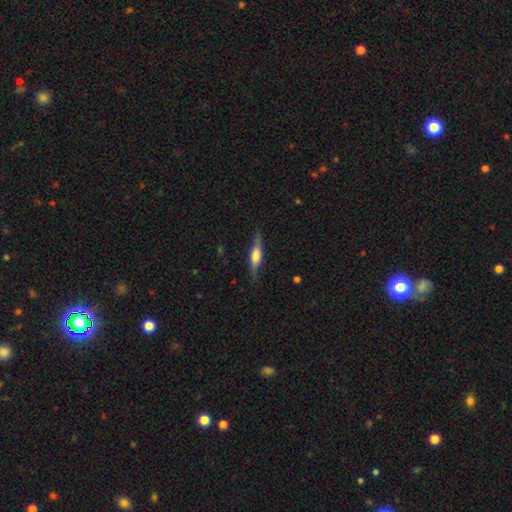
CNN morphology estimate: A featured or disk galaxy (57%) viewed edge-on (93%) with a rounded central bulge (66%).

Vote fractions:
- Smooth or featured? featured or disk: 57% / smooth: 36% / star or artifact: 6%
- Edge-on disk? yes: 93% / no: 7%
- Edge-on bulge? rounded: 66% / boxy: 28% / none: 6%
- Merging? none: 82% / minor disturbance: 14% / major disturbance: 3% / merger: 1%